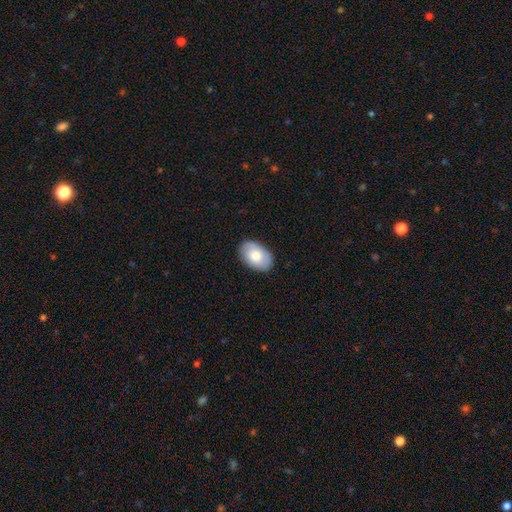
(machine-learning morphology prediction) smooth-or-featured: smooth: 73% | featured or disk: 21% | star or artifact: 6%
  how-rounded: in between: 89% | round: 10% | cigar-shaped: 1%
  merging: none: 85% | minor disturbance: 12% | major disturbance: 2% | merger: 1%